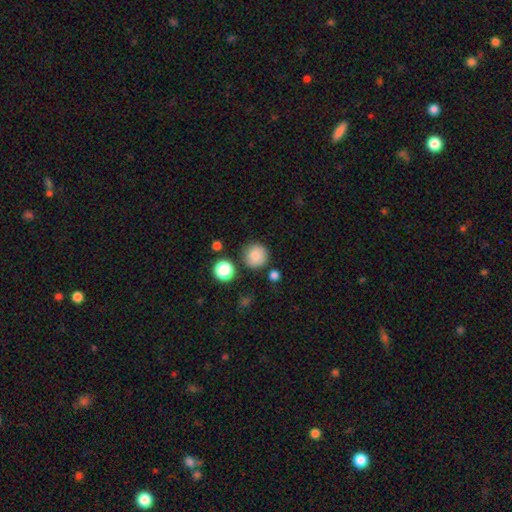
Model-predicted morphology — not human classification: A smooth galaxy with no disk features (83%) that is round (94%).

Vote fractions:
- Smooth or featured? smooth: 83% / star or artifact: 10% / featured or disk: 6%
- How rounded? round: 94% / in between: 5% / cigar-shaped: 1%
- Merging? none: 83% / minor disturbance: 10% / merger: 4% / major disturbance: 3%